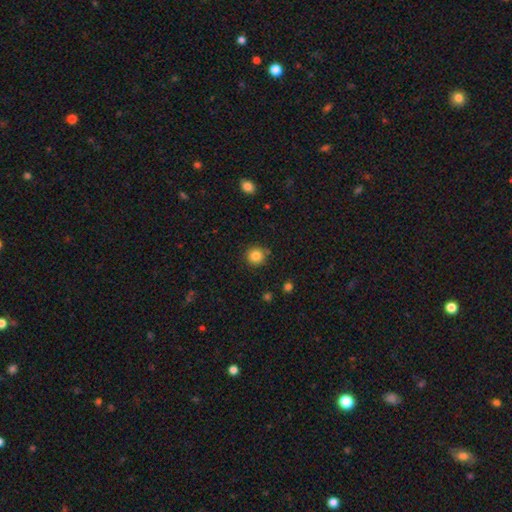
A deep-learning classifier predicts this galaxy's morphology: Overall: smooth (84%). How rounded: round (92%). Merging: none (86%).